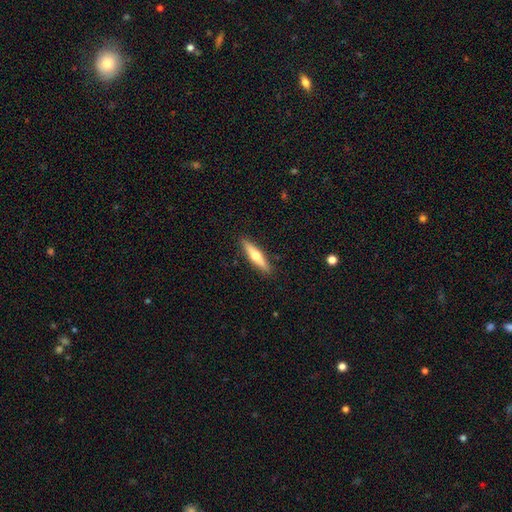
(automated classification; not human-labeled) This appears to be a featured or disk galaxy (50%). Merging: none (91%).